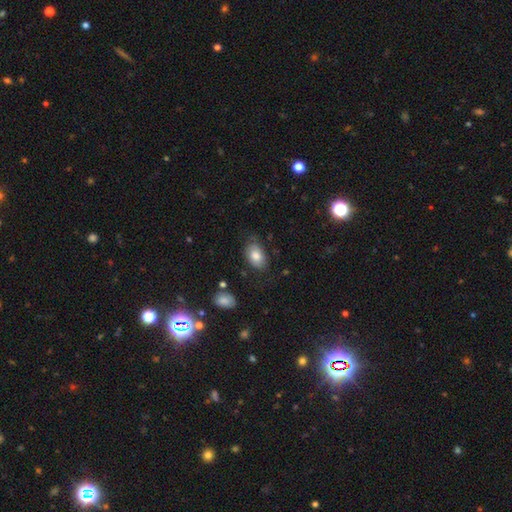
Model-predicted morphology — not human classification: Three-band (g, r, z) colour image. It shows a smooth galaxy with no disk features (77%) that is in between round and cigar-shaped (90%). Merging: none (68%).